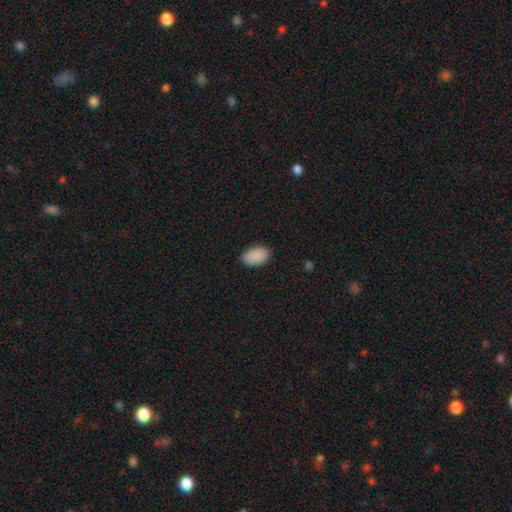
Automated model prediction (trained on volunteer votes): smooth-or-featured: smooth: 91% | star or artifact: 7% | featured or disk: 3%
  how-rounded: in between: 93% | round: 6% | cigar-shaped: 1%
  merging: none: 87% | minor disturbance: 10% | major disturbance: 2% | merger: 1%